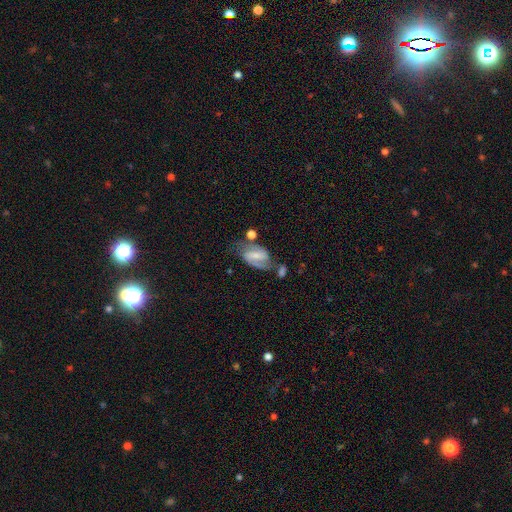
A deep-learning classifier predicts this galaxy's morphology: This appears to be a featured or disk galaxy (79%) with a strong bar (44%), 2 (87%) medium (52%) spiral arms (93%) and a small central bulge (53%). Merging: none (56%).